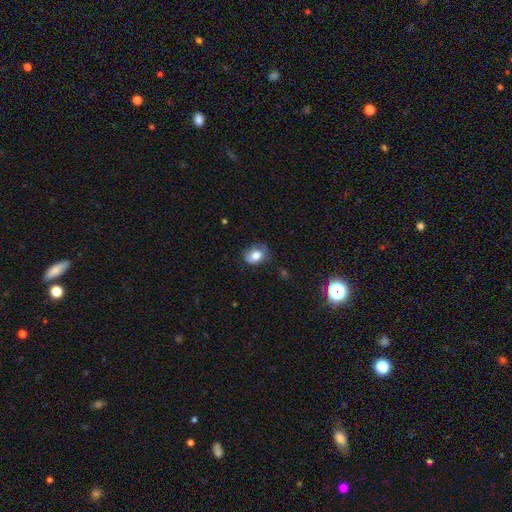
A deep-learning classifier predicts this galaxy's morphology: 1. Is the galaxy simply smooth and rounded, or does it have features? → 77% smooth, 14% featured or disk, 9% star or artifact.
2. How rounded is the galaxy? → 72% in between, 27% round, 1% cigar-shaped.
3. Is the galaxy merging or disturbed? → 58% none, 30% minor disturbance, 10% major disturbance, 2% merger.